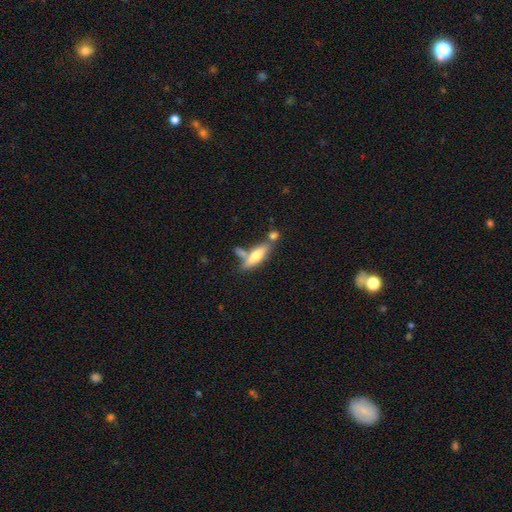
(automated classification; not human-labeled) Smooth or featured? smooth (60%)
How rounded? cigar-shaped (56%)
Merging? none (53%)